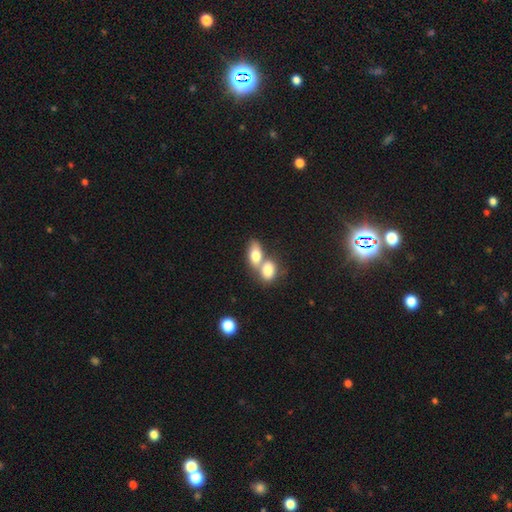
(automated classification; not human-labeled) This appears to be a smooth galaxy with no disk features (76%) that is in between round and cigar-shaped (84%). Merging: merger (68%).